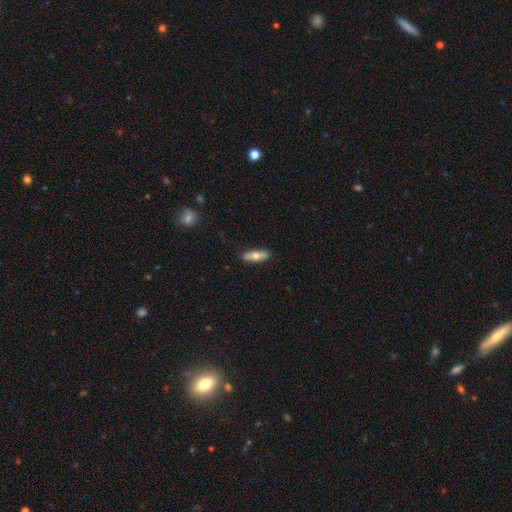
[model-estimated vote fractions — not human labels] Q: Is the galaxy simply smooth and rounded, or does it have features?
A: smooth — 61%.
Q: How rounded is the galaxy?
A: in between — 53%.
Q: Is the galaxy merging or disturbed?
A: none — 87%.